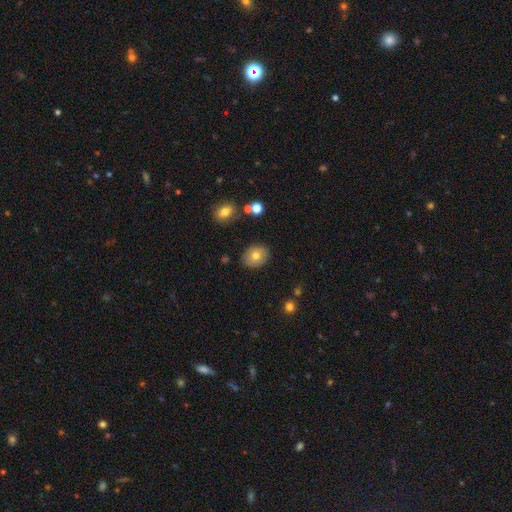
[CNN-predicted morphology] A smooth galaxy with no disk features (76%) that is in between round and cigar-shaped (54%).

Vote fractions:
- Smooth or featured? smooth: 76% / featured or disk: 14% / star or artifact: 9%
- How rounded? in between: 54% / round: 45% / cigar-shaped: 1%
- Merging? none: 85% / minor disturbance: 11% / major disturbance: 3% / merger: 2%